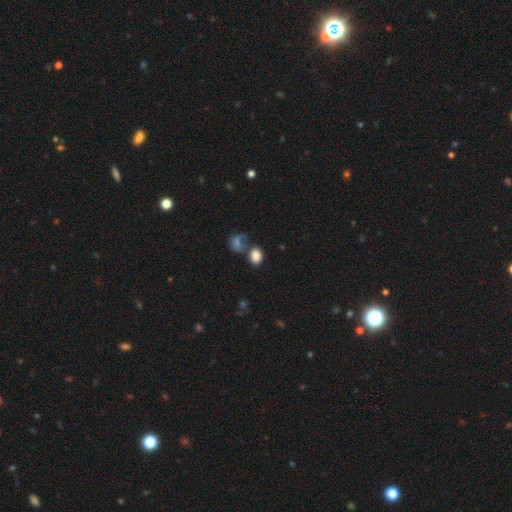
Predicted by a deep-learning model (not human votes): Overall: smooth (83%). How rounded: in between (60%; round 39%). Merging: none (48%; merger 30%).